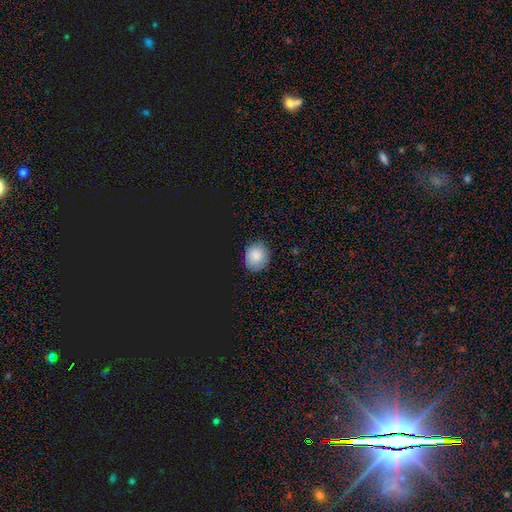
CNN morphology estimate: Smooth or featured? Predicted: smooth (p=0.82). How rounded? Predicted: round (p=0.81). Merging? Predicted: none (p=0.87).